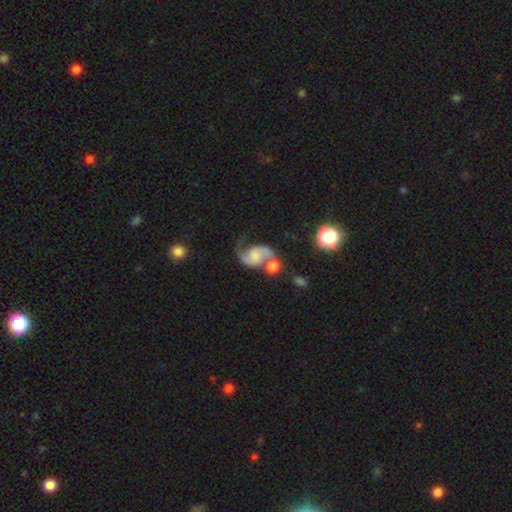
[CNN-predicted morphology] smooth_or_featured: featured or disk (p=0.80) [alt: smooth p=0.13]
disk_edge_on: no (p=0.98) [alt: yes p=0.02]
bar: no (p=0.62) [alt: weak p=0.31]
has_spiral_arms: yes (p=0.95) [alt: no p=0.05]
spiral_winding: loose (p=0.56) [alt: medium p=0.35]
spiral_arm_count: 2 (p=0.90) [alt: 1 p=0.05]
bulge_size: none (p=0.29) [alt: moderate p=0.28]
merging: none (p=0.38) [alt: merger p=0.31]